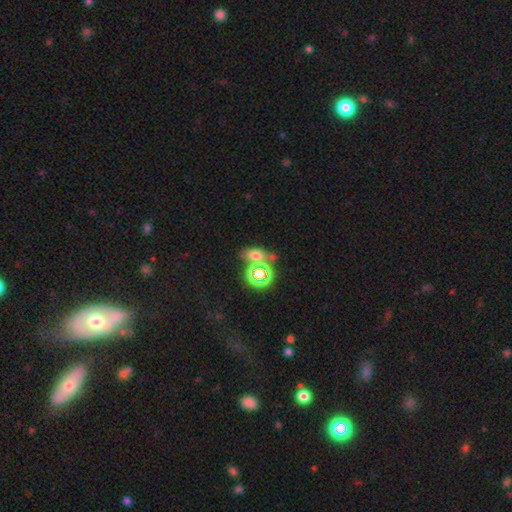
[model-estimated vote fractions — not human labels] Overall: smooth (55%; star or artifact 32%). How rounded: in between (68%). Merging: none (61%; merger 22%).